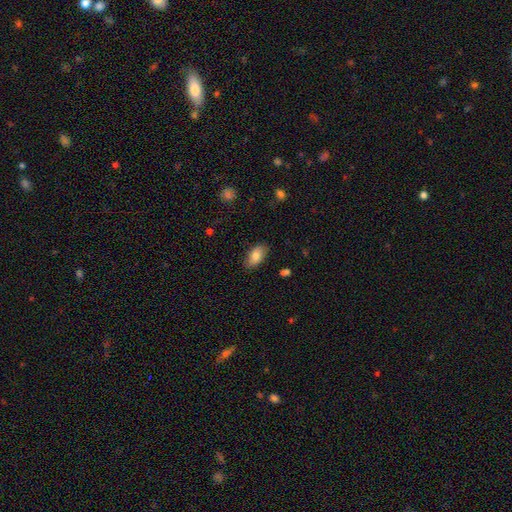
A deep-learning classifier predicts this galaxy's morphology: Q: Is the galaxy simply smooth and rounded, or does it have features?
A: smooth — 80%.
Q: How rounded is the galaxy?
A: in between — 92%.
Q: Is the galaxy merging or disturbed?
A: none — 84%.